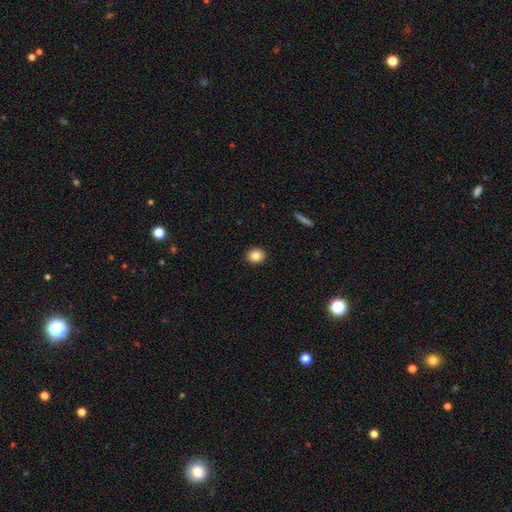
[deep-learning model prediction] The model was most divided on "how rounded": round: 67%, in between: 32%, cigar-shaped: 1%. More confident: merging — none (92%); smooth or featured — smooth (84%).